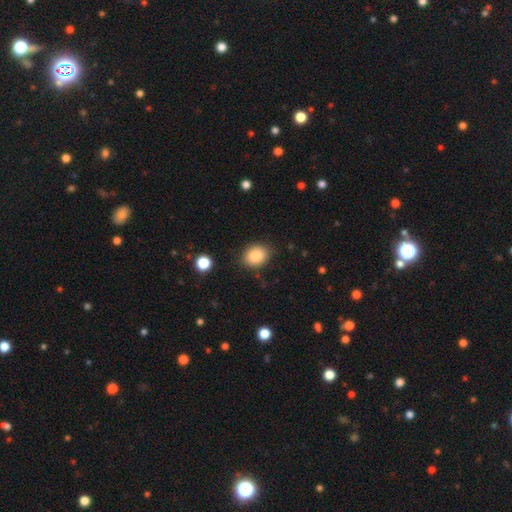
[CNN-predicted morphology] Smooth or featured? Predicted: smooth (p=0.85). How rounded? Predicted: in between (p=0.50). Merging? Predicted: none (p=0.84).